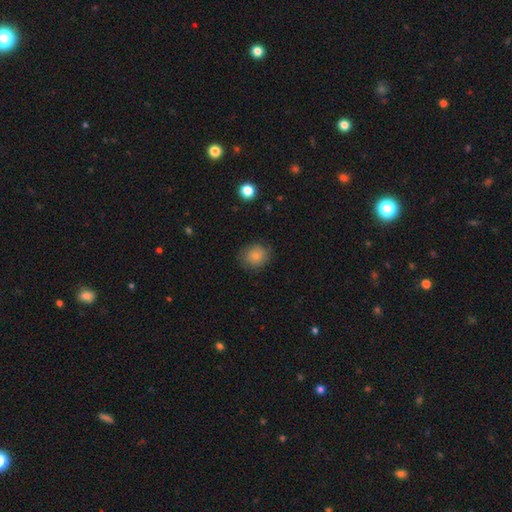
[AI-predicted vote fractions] smooth_or_featured: smooth (p=0.82) [alt: featured or disk p=0.09]
how_rounded: round (p=0.75) [alt: in between p=0.24]
merging: none (p=0.78) [alt: minor disturbance p=0.16]